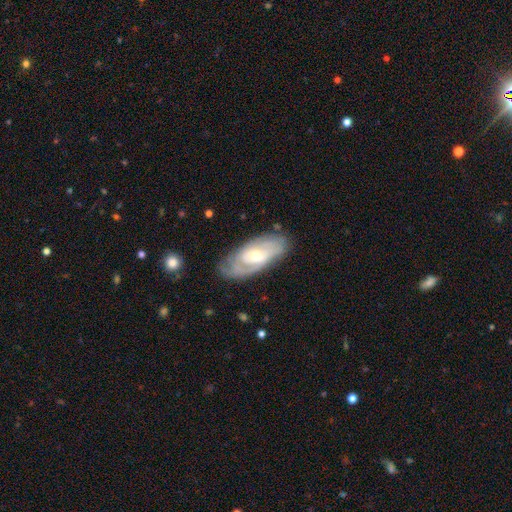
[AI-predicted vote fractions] Smooth or featured? Predicted: featured or disk (p=0.73). Edge-on disk? Predicted: no (p=0.90). Bar? Predicted: no (p=0.64). Spiral arms? Predicted: yes (p=0.80). Spiral winding? Predicted: tight (p=0.61). Spiral arm count? Predicted: can't tell (p=0.43). Bulge size? Predicted: small (p=0.48, tied with moderate). Merging? Predicted: none (p=0.70).